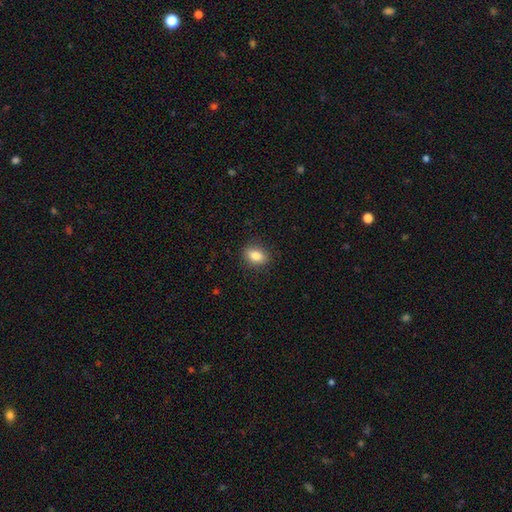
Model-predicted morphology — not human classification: type=smooth (82%); roundness=in between (70%); merging=none (88%).